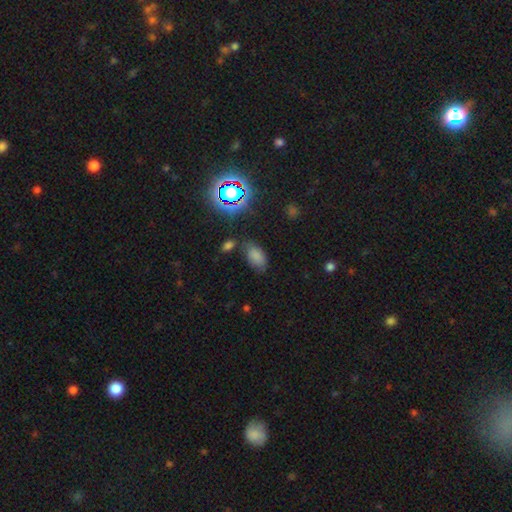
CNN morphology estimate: Overall: smooth (74%). How rounded: in between (92%). Merging: none (68%).